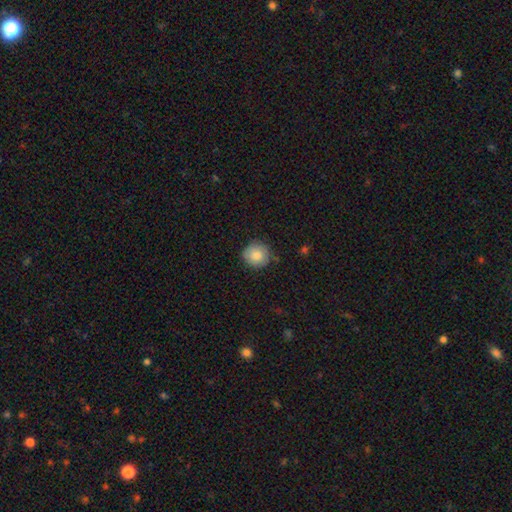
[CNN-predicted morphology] Q: Smooth or featured?
A: smooth (85%); runner-up: star or artifact (8%)
Q: How rounded?
A: round (92%); runner-up: in between (7%)
Q: Merging?
A: none (82%); runner-up: minor disturbance (14%)